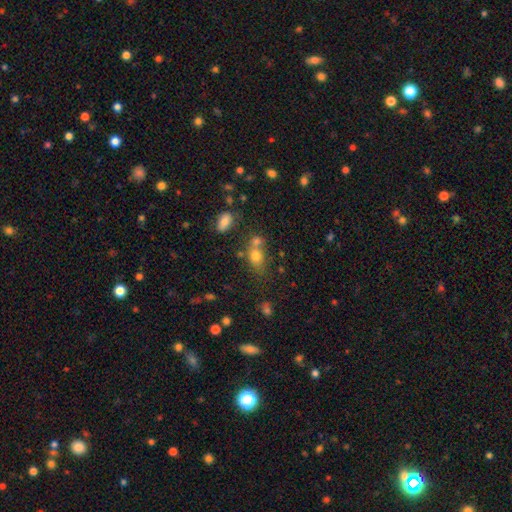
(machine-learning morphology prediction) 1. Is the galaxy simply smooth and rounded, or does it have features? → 74% smooth, 14% star or artifact, 12% featured or disk.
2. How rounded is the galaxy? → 59% in between, 37% round, 4% cigar-shaped.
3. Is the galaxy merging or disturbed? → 42% none, 39% merger, 13% minor disturbance, 6% major disturbance.